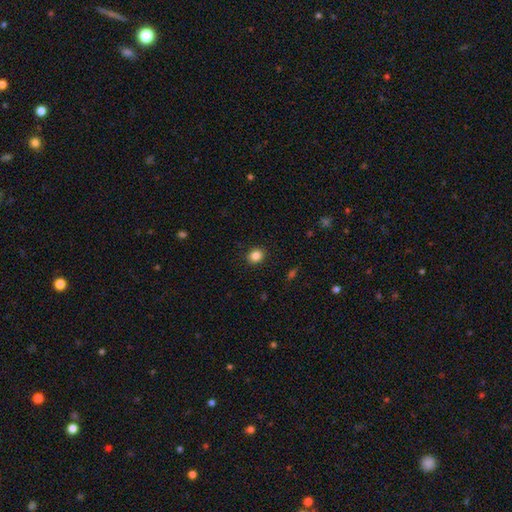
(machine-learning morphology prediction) smooth_or_featured: smooth (p=0.85) [alt: star or artifact p=0.10]
how_rounded: round (p=0.65) [alt: in between p=0.34]
merging: none (p=0.90) [alt: minor disturbance p=0.07]